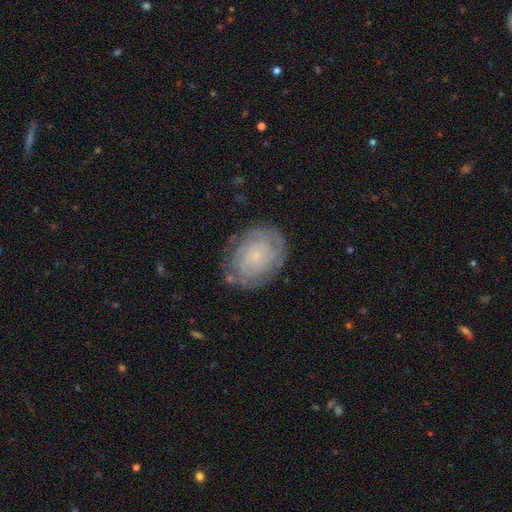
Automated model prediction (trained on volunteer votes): This appears to be a featured or disk galaxy (67%) with no bar (82%), tight (77%) spiral arms (87%) and a small central bulge (81%). Merging: none (78%).